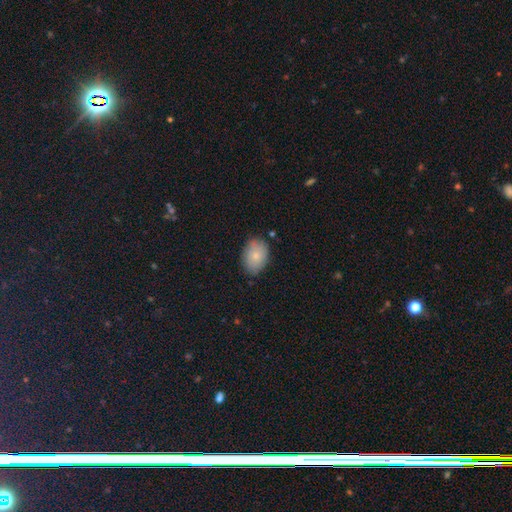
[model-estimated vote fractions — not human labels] Q: Smooth or featured?
A: smooth (80%); runner-up: featured or disk (14%)
Q: How rounded?
A: in between (81%); runner-up: round (18%)
Q: Merging?
A: none (79%); runner-up: minor disturbance (16%)